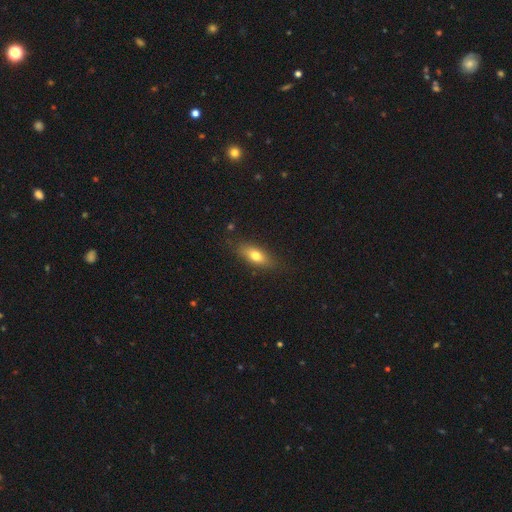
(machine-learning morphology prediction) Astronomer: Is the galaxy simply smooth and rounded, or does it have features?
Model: smooth — 73%.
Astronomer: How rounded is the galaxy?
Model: in between — 75%.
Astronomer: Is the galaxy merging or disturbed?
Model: none — 81%.